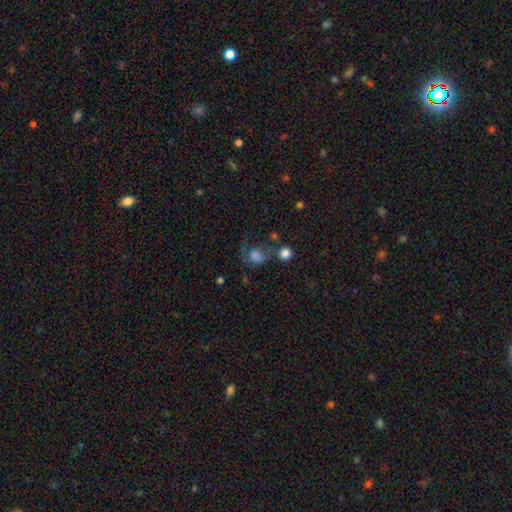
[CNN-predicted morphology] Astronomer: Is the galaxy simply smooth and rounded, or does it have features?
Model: smooth — 68%.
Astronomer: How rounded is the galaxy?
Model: round — 64%.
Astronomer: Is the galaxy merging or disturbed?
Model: none — 36% (runner-up: major disturbance, 29%).